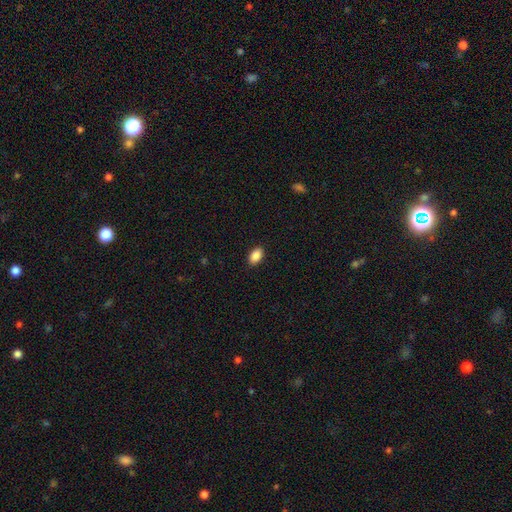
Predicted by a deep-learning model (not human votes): The model was most divided on "smooth or featured": smooth: 89%, star or artifact: 7%, featured or disk: 3%. More confident: how rounded — in between (92%); merging — none (90%).